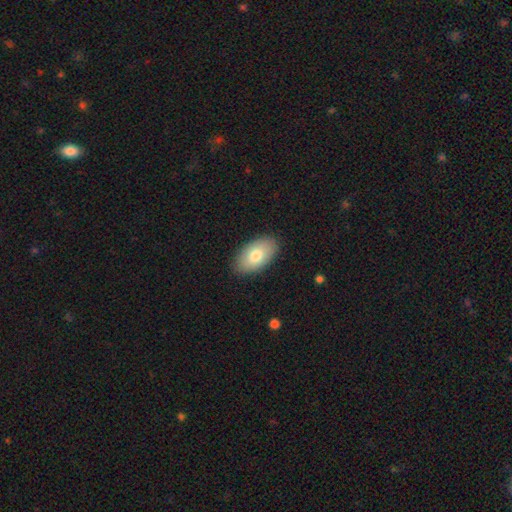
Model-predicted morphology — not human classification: smooth-or-featured: smooth: 77% | featured or disk: 17% | star or artifact: 6%
  how-rounded: in between: 95% | round: 4% | cigar-shaped: 2%
  merging: none: 87% | minor disturbance: 9% | major disturbance: 2% | merger: 1%